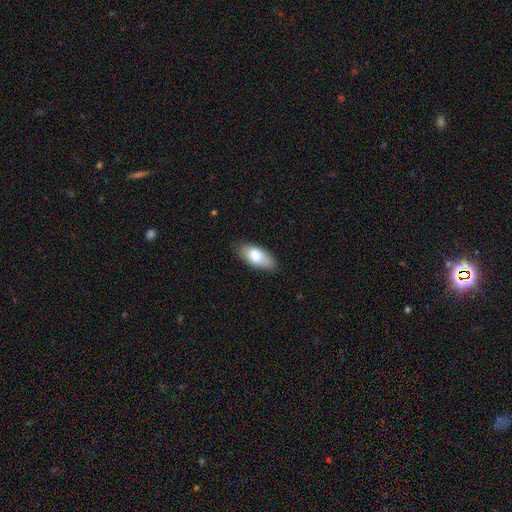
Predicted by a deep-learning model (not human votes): Smooth or featured? Predicted: smooth (p=0.81). How rounded? Predicted: in between (p=0.87). Merging? Predicted: none (p=0.76).